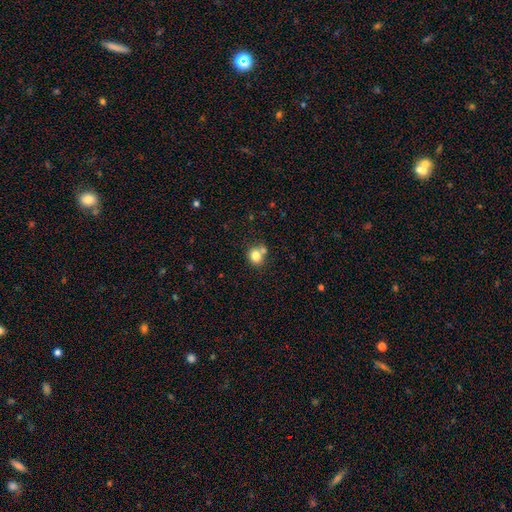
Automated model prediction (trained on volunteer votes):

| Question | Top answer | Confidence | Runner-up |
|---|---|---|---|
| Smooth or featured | smooth | 80% | star or artifact (11%) |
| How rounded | round | 79% | in between (20%) |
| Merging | none | 59% | merger (26%) |